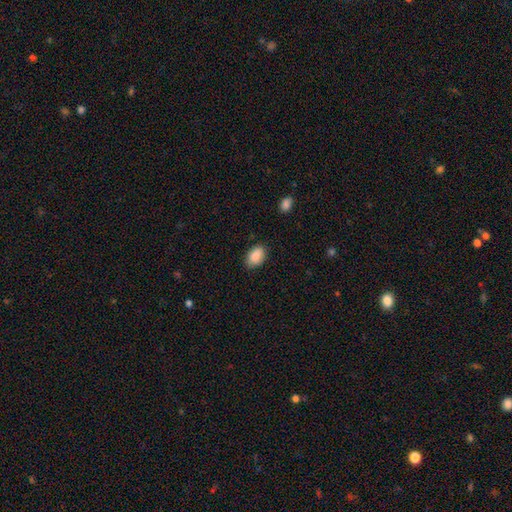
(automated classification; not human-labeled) Smooth or featured? Predicted: smooth (p=0.89). How rounded? Predicted: in between (p=0.88). Merging? Predicted: none (p=0.83).